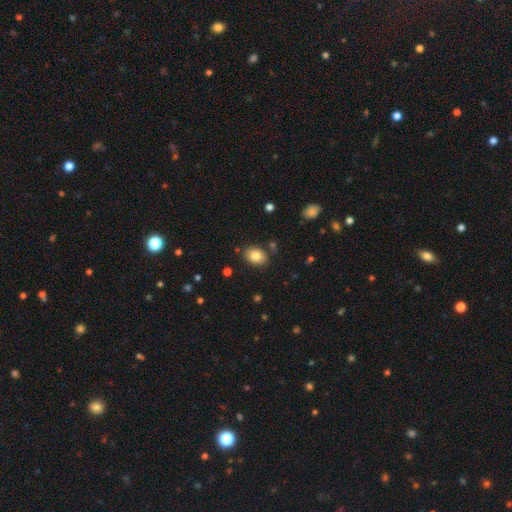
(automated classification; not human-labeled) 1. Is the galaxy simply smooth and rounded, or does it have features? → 82% smooth, 9% star or artifact, 9% featured or disk.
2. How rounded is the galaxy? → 69% in between, 30% round, 1% cigar-shaped.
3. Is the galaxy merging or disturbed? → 85% none, 10% minor disturbance, 3% merger, 2% major disturbance.